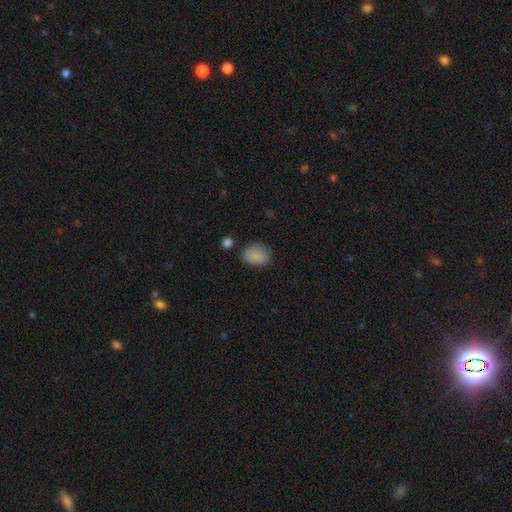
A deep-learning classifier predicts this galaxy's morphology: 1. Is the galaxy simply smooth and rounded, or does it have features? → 86% smooth, 9% star or artifact, 5% featured or disk.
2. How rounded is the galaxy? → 71% in between, 28% round, 1% cigar-shaped.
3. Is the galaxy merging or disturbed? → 74% none, 18% minor disturbance, 4% major disturbance, 3% merger.